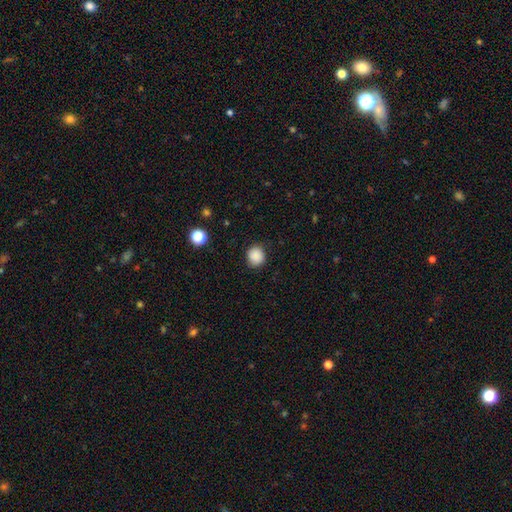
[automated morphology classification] smooth_or_featured: smooth (p=0.88) [alt: star or artifact p=0.10]
how_rounded: round (p=0.84) [alt: in between p=0.15]
merging: none (p=0.86) [alt: minor disturbance p=0.10]